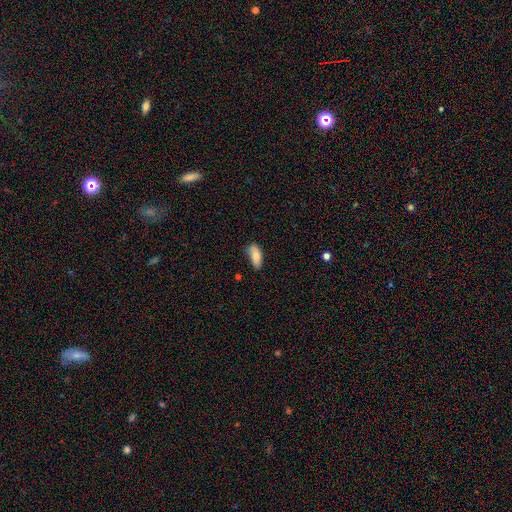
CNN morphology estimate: smooth_or_featured: smooth (p=0.83) [alt: featured or disk p=0.10]
how_rounded: in between (p=0.83) [alt: cigar-shaped p=0.14]
merging: none (p=0.61) [alt: minor disturbance p=0.30]